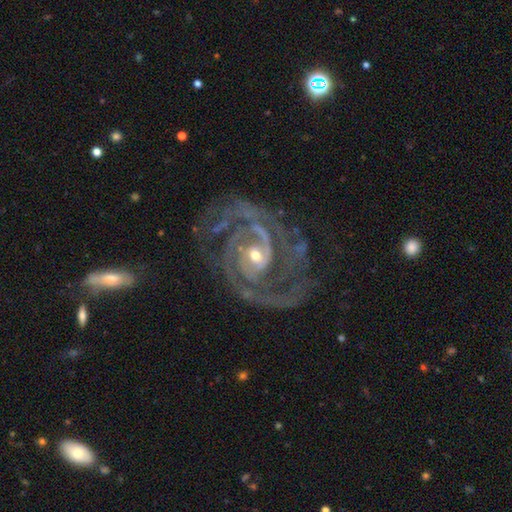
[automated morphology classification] The model was most divided on "bar": no: 44%, weak: 38%, strong: 18%. Remaining: spiral arms — yes (98%); edge-on disk — no (98%); smooth or featured — featured or disk (93%); merging — none (62%); spiral winding — tight (54%); bulge size — small (52%); spiral arm count — 2 (44%).